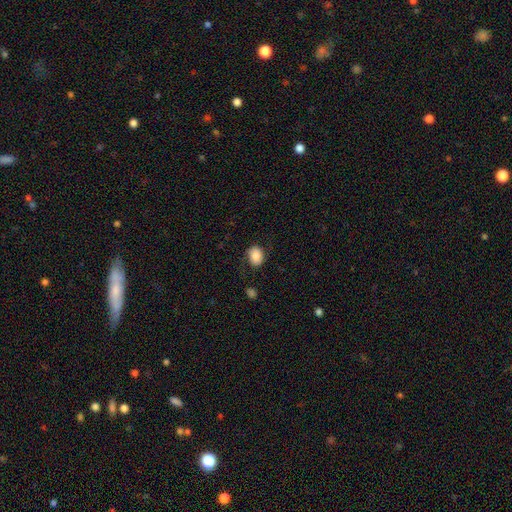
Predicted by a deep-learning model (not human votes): Overall: smooth (80%). How rounded: in between (57%; round 43%). Merging: none (73%).